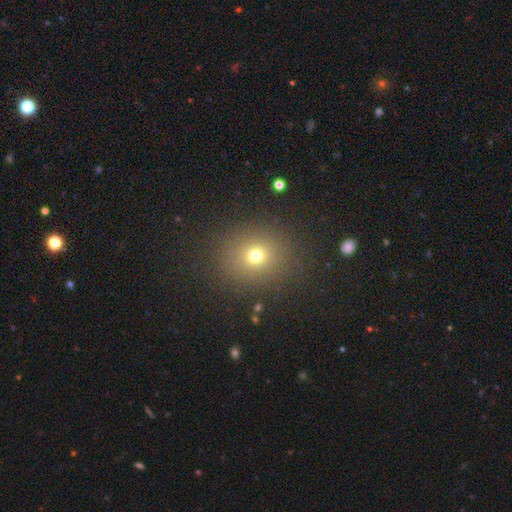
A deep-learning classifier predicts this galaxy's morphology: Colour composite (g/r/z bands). It shows a smooth galaxy with no disk features (69%) that is round (76%). Merging: none (86%).